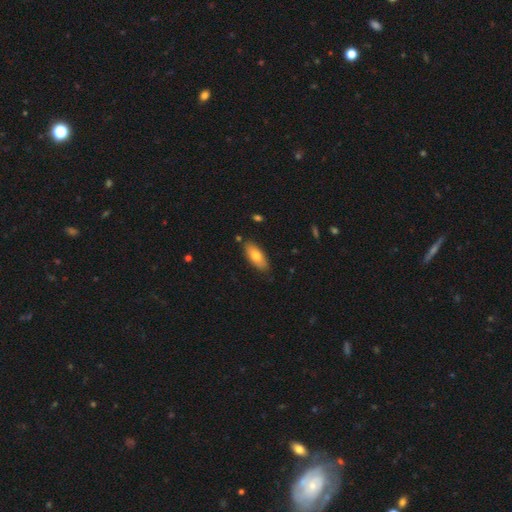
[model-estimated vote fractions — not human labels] Smooth or featured: smooth — 72% (featured or disk — 22%)
How rounded: in between — 78% (cigar-shaped — 19%)
Merging: none — 84% (minor disturbance — 12%)